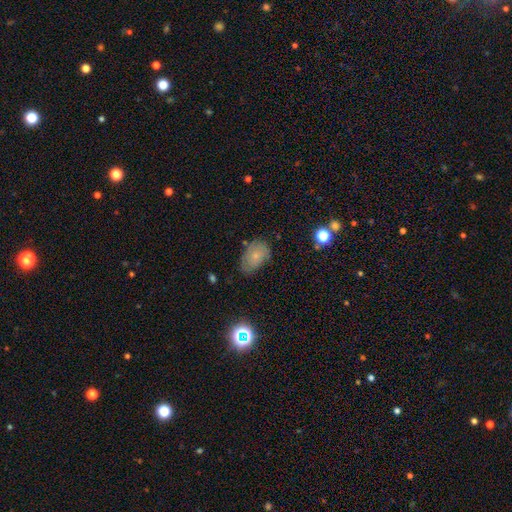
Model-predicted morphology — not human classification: Smooth or featured? smooth (68%)
How rounded? in between (85%)
Merging? none (59%)